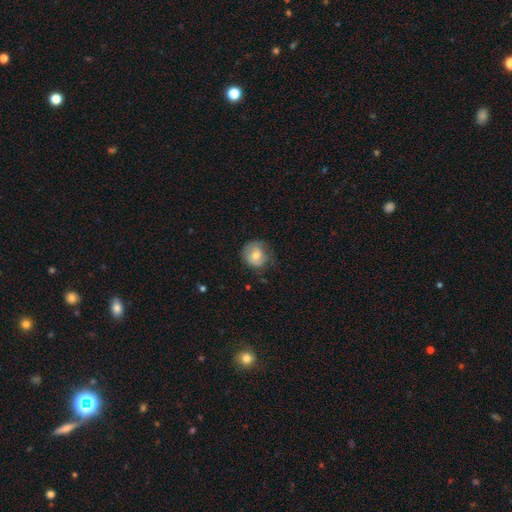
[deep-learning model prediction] Overall: smooth (66%; featured or disk 26%). How rounded: round (82%). Merging: none (61%; minor disturbance 27%).